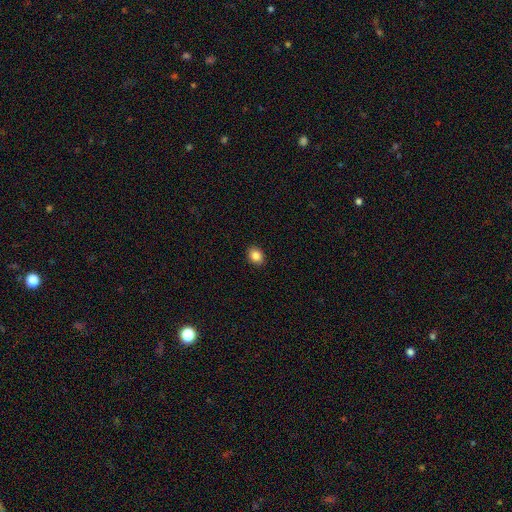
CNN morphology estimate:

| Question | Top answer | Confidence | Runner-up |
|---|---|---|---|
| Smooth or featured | smooth | 86% | star or artifact (9%) |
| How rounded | round | 52% | in between (47%) |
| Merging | none | 91% | minor disturbance (7%) |